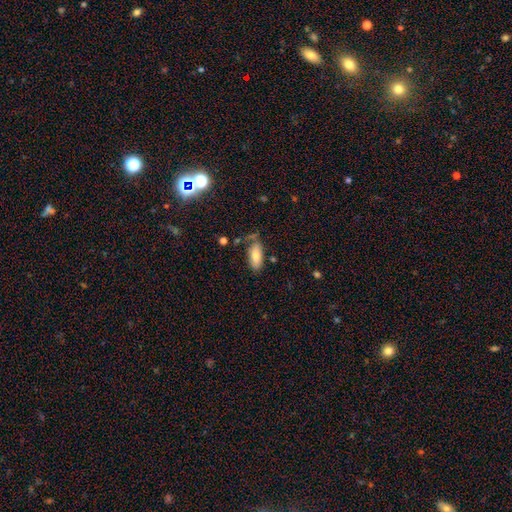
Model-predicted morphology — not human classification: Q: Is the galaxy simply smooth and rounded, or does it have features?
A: smooth — 77%.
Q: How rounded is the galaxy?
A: in between — 86%.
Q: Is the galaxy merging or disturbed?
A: none — 60%.